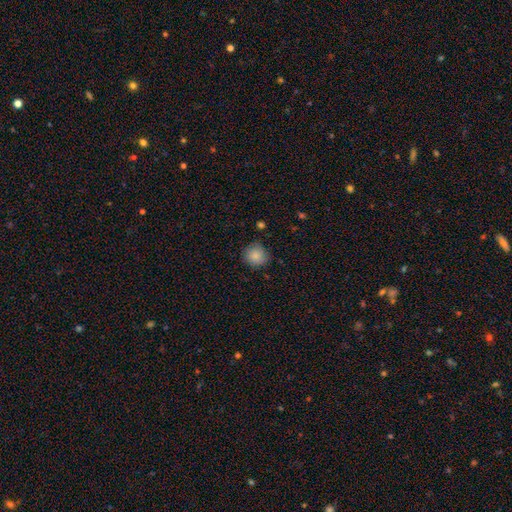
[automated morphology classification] Smooth or featured?
  - smooth: 86% *
  - star or artifact: 9%
  - featured or disk: 5%
How rounded?
  - round: 90% *
  - in between: 9%
  - cigar-shaped: 1%
Merging?
  - none: 80% *
  - minor disturbance: 15%
  - major disturbance: 3%
  - merger: 2%